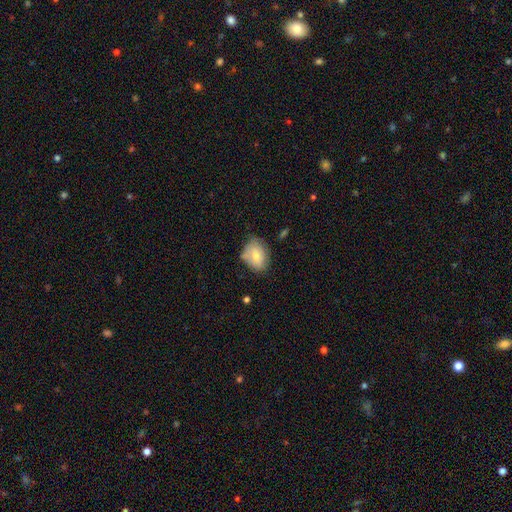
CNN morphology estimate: A smooth galaxy with no disk features (70%) that is in between round and cigar-shaped (66%). Merging: none (57%).